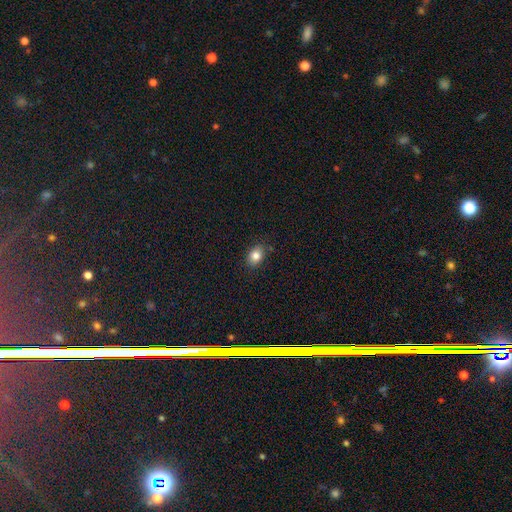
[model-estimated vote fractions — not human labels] smooth_or_featured: smooth (p=0.82) [alt: star or artifact p=0.10]
how_rounded: in between (p=0.70) [alt: round p=0.28]
merging: none (p=0.84) [alt: minor disturbance p=0.12]